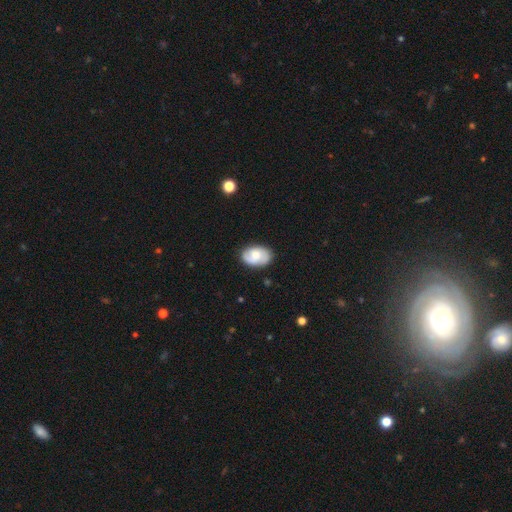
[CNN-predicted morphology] Overall: smooth (49%; featured or disk 44%). Merging: none (79%).